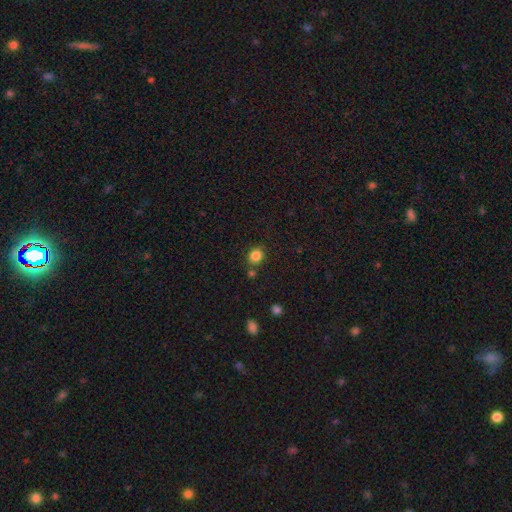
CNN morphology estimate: smooth_or_featured: smooth (p=0.84) [alt: star or artifact p=0.11]
how_rounded: round (p=0.75) [alt: in between p=0.24]
merging: none (p=0.78) [alt: minor disturbance p=0.11]